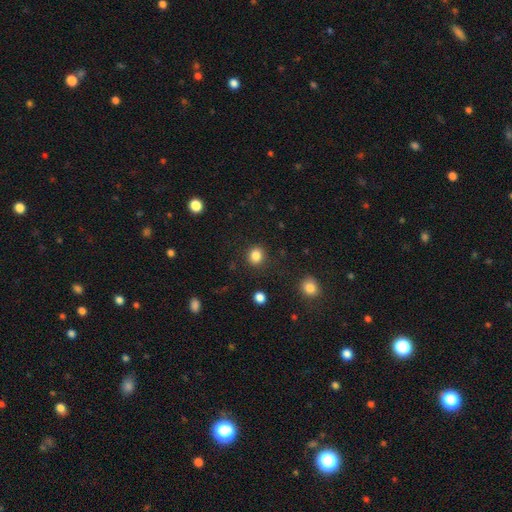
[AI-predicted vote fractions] smooth-or-featured: smooth: 85% | star or artifact: 11% | featured or disk: 4%
  how-rounded: round: 79% | in between: 20% | cigar-shaped: 1%
  merging: none: 89% | minor disturbance: 7% | major disturbance: 3% | merger: 2%